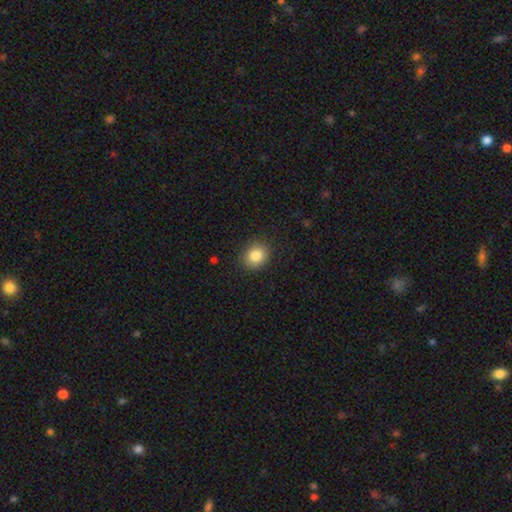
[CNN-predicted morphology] The model was most divided on "how rounded": round: 68%, in between: 31%, cigar-shaped: 1%. More confident: merging — none (88%); smooth or featured — smooth (85%).